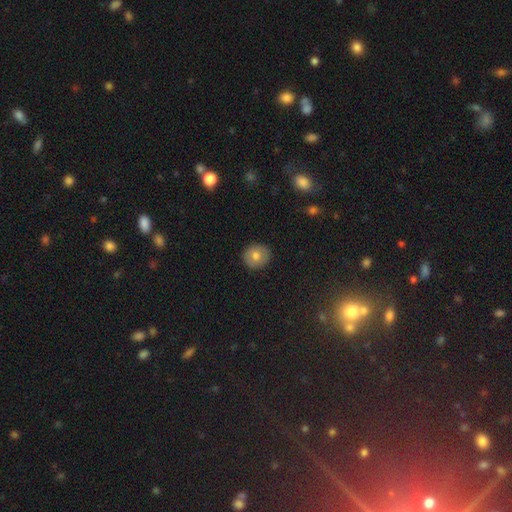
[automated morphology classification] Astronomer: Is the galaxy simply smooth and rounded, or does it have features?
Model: smooth — 74%.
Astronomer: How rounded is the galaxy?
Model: round — 88%.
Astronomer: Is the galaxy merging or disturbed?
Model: none — 90%.